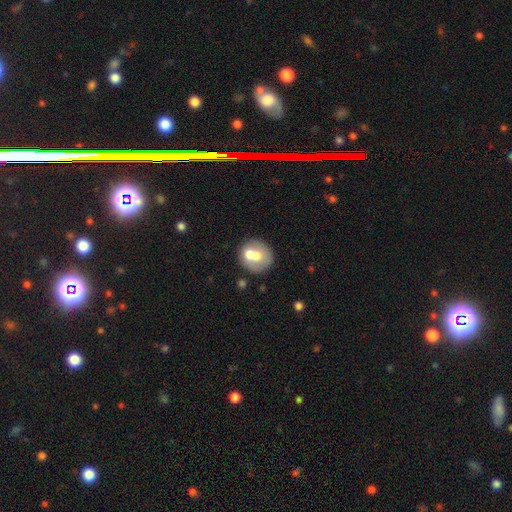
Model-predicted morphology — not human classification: smooth_or_featured: smooth (p=0.60) [alt: featured or disk p=0.33]
how_rounded: round (p=0.78) [alt: in between p=0.21]
merging: none (p=0.43) [alt: merger p=0.37]